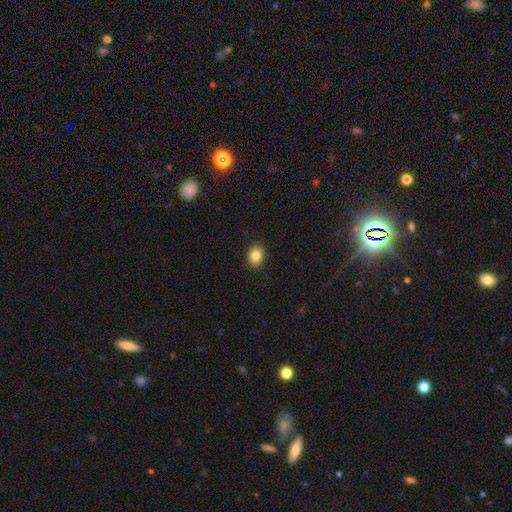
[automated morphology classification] This is clearly a smooth galaxy (85%). How rounded: possibly in between (55%). Merging: clearly none (90%).